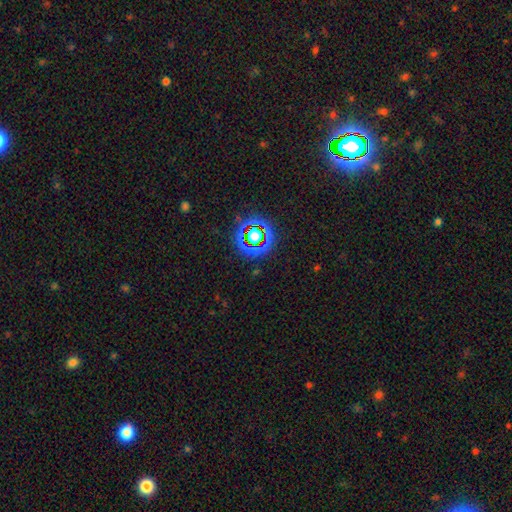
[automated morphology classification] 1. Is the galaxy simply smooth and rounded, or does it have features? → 77% star or artifact, 14% smooth, 9% featured or disk.